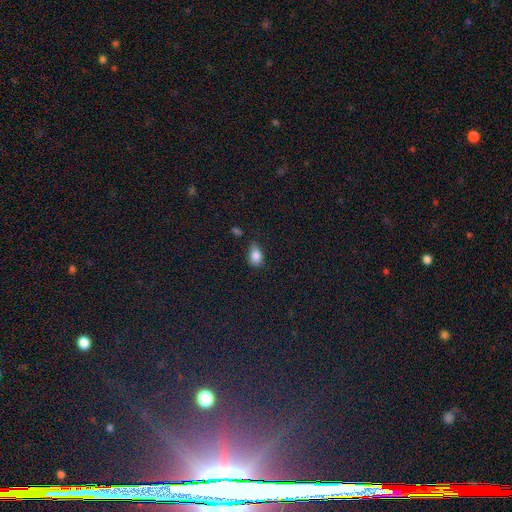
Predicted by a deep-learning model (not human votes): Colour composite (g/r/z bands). It shows a smooth galaxy with no disk features (85%) that is in between round and cigar-shaped (82%). Merging: none (50%).